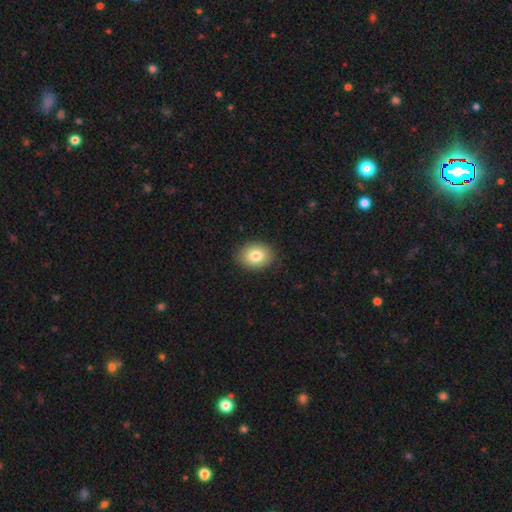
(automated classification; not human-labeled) Smooth or featured?
  - smooth: 81% *
  - featured or disk: 10%
  - star or artifact: 9%
How rounded?
  - in between: 58% *
  - round: 42%
  - cigar-shaped: 1%
Merging?
  - none: 90% *
  - minor disturbance: 8%
  - major disturbance: 2%
  - merger: 1%